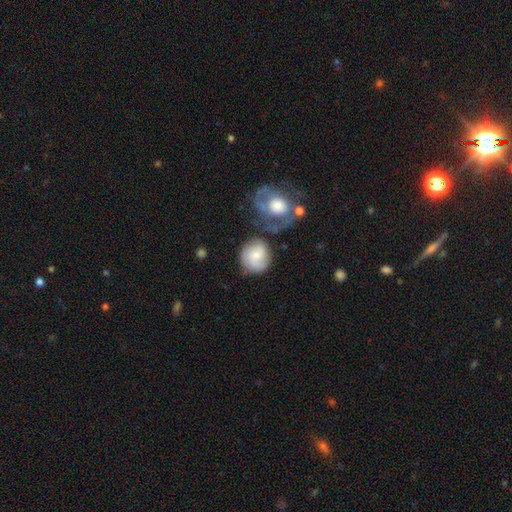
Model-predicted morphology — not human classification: This is possibly a smooth galaxy (56%). How rounded: clearly round (84%). Merging: likely none (61%).